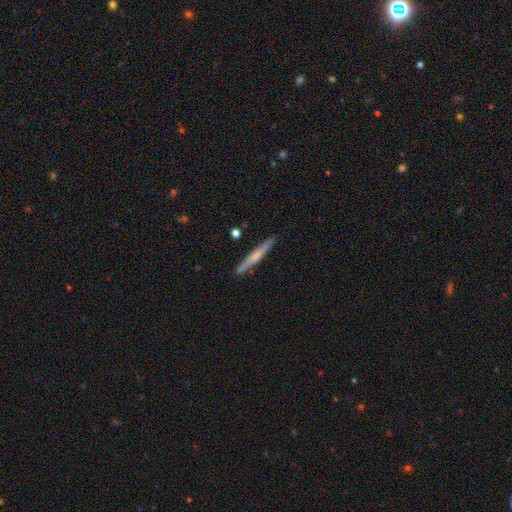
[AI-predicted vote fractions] This is possibly a featured or disk galaxy (59%). It is clearly viewed edge-on (97%). Edge-on bulge: possibly rounded (59%). Merging: clearly none (89%).